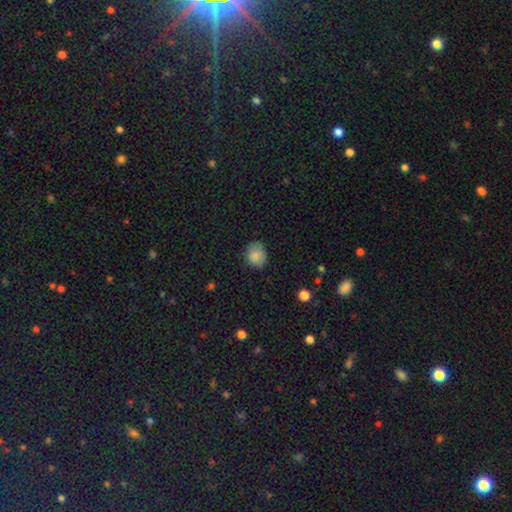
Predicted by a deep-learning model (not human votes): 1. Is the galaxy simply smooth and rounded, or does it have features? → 84% smooth, 9% star or artifact, 7% featured or disk.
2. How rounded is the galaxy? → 53% round, 46% in between, 1% cigar-shaped.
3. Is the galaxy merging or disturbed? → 72% none, 22% minor disturbance, 5% major disturbance, 1% merger.